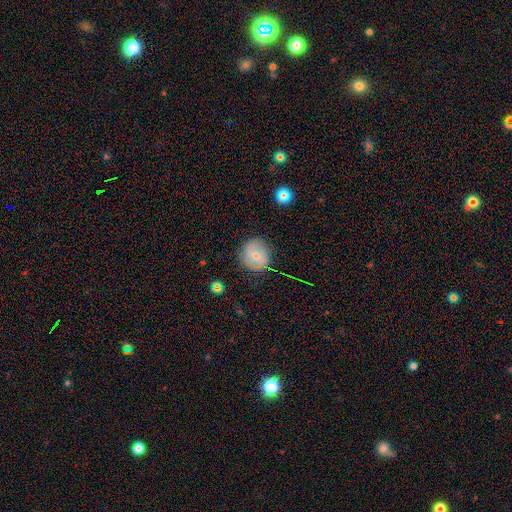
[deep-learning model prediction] A smooth galaxy with no disk features (59%) that is round (84%).

Vote fractions:
- Smooth or featured? smooth: 59% / featured or disk: 32% / star or artifact: 9%
- How rounded? round: 84% / in between: 15% / cigar-shaped: 1%
- Merging? none: 81% / minor disturbance: 14% / major disturbance: 3% / merger: 1%